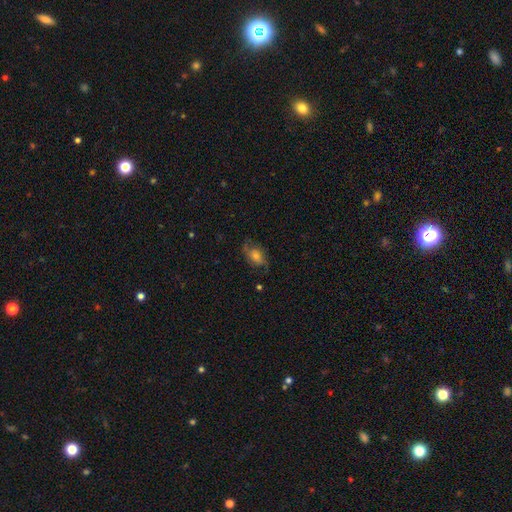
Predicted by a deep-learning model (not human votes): Smooth or featured? featured or disk (49%)
Merging? none (66%)